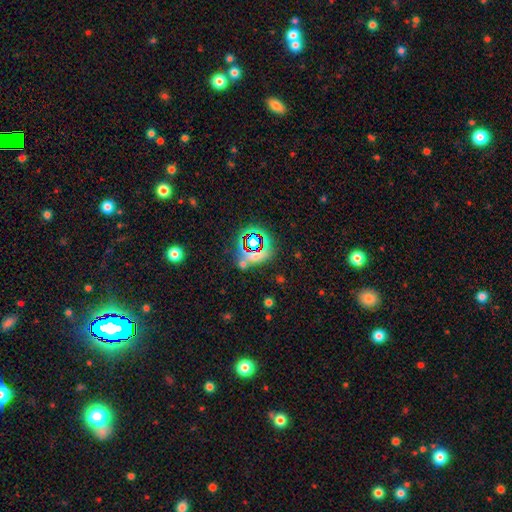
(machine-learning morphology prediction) The model was most divided on "smooth or featured": star or artifact: 59%, smooth: 29%, featured or disk: 12%.